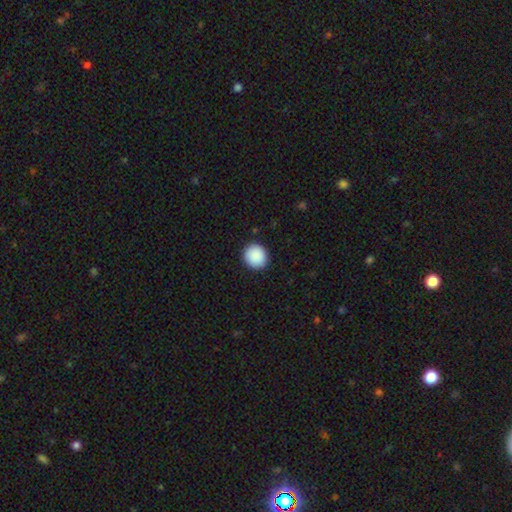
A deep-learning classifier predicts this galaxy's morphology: smooth_or_featured: smooth (p=0.90) [alt: star or artifact p=0.07]
how_rounded: round (p=0.89) [alt: in between p=0.10]
merging: none (p=0.92) [alt: minor disturbance p=0.06]